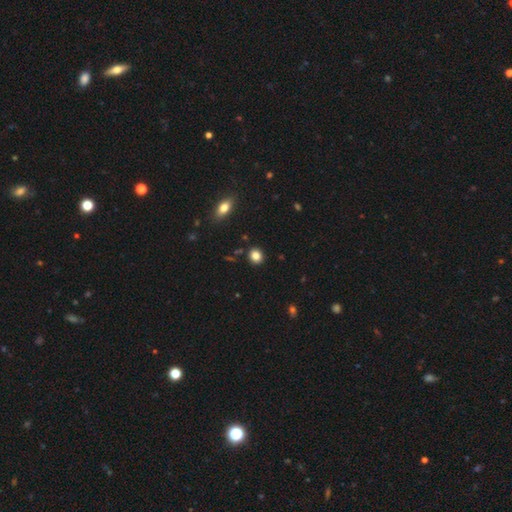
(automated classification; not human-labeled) Q: Smooth or featured?
A: smooth (84%); runner-up: star or artifact (11%)
Q: How rounded?
A: round (76%); runner-up: in between (22%)
Q: Merging?
A: none (90%); runner-up: minor disturbance (7%)